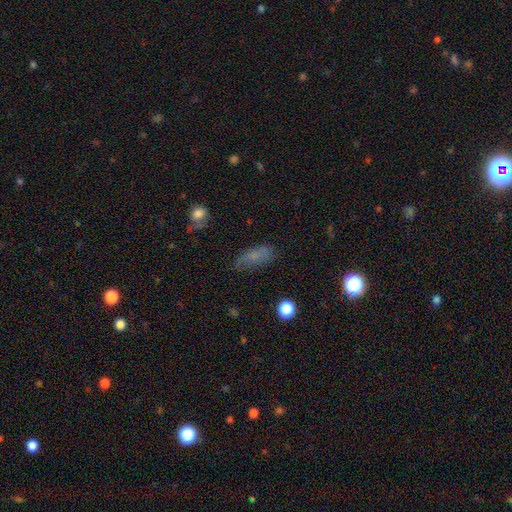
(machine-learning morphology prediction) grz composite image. It shows a smooth galaxy with no disk features (72%) that is in between round and cigar-shaped (68%). Merging: none (70%).